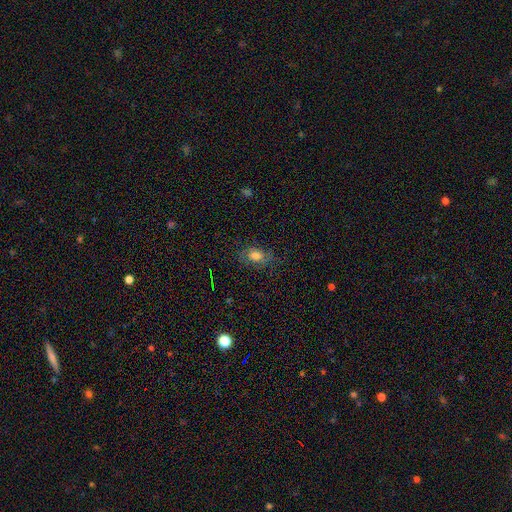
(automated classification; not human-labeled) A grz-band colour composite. It shows a smooth galaxy with no disk features (60%) that is in between round and cigar-shaped (77%). Merging: none (71%).